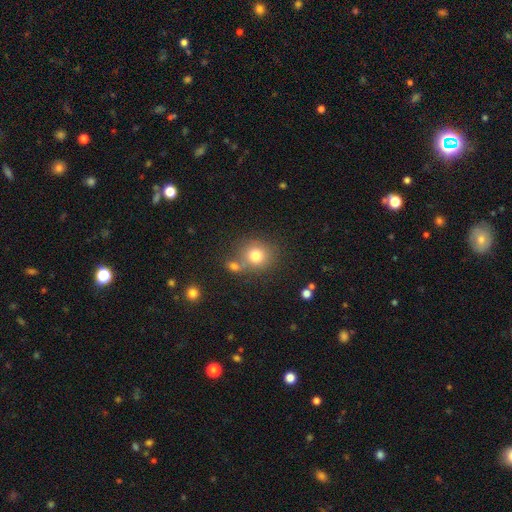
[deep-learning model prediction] Smooth or featured?
  - smooth: 77% *
  - star or artifact: 12%
  - featured or disk: 11%
How rounded?
  - round: 82% *
  - in between: 17%
  - cigar-shaped: 1%
Merging?
  - none: 58% *
  - merger: 26%
  - minor disturbance: 12%
  - major disturbance: 5%